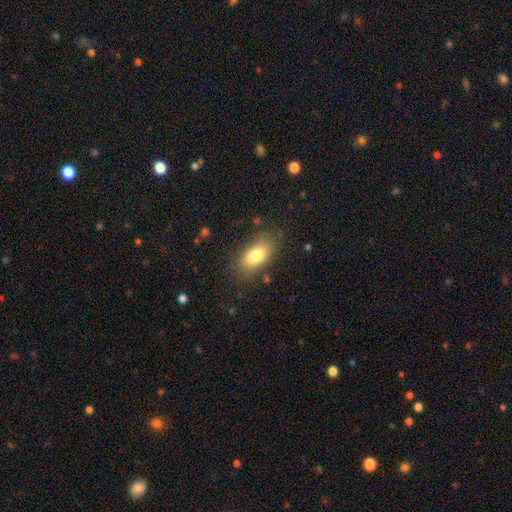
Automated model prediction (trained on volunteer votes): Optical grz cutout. It shows a smooth galaxy with no disk features (80%) that is in between round and cigar-shaped (90%). Merging: none (80%).